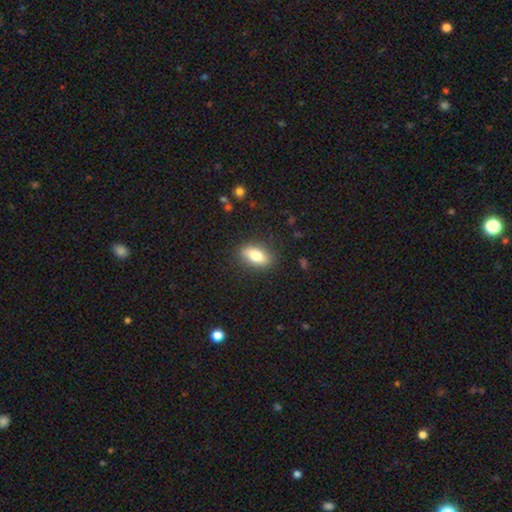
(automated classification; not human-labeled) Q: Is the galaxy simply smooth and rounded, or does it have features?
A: smooth — 76%.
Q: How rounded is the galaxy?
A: in between — 84%.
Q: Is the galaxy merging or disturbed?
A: none — 86%.